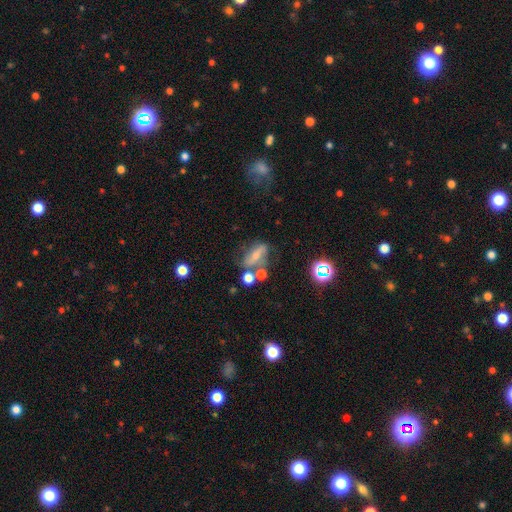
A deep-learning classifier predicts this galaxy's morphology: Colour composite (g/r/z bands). It shows a featured or disk galaxy (48%). Merging: none (47%).